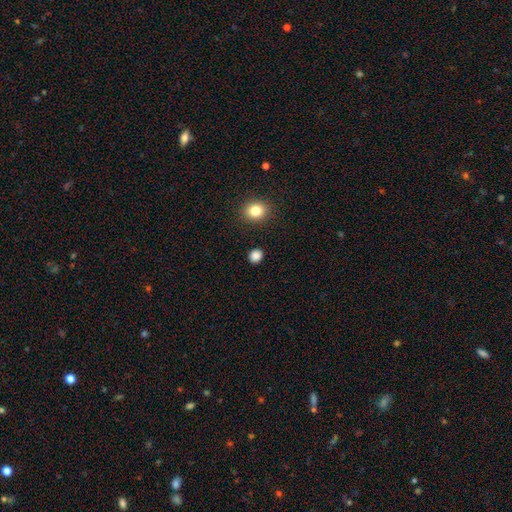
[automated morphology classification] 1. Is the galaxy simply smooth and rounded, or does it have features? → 85% smooth, 12% star or artifact, 3% featured or disk.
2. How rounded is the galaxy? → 80% round, 19% in between, 1% cigar-shaped.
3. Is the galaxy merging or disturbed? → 90% none, 6% minor disturbance, 2% major disturbance, 2% merger.